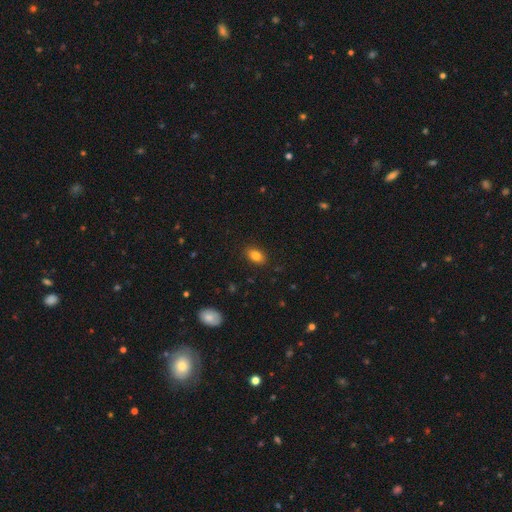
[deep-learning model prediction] smooth-or-featured: smooth: 82% | star or artifact: 9% | featured or disk: 9%
  how-rounded: in between: 87% | round: 10% | cigar-shaped: 3%
  merging: none: 88% | minor disturbance: 9% | major disturbance: 2% | merger: 1%